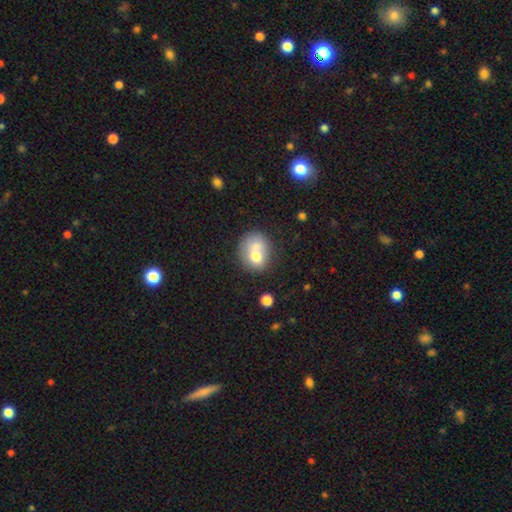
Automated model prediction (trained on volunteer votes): Smooth or featured: smooth — 69% (featured or disk — 22%)
How rounded: round — 57% (in between — 42%)
Merging: merger — 44% (none — 34%)